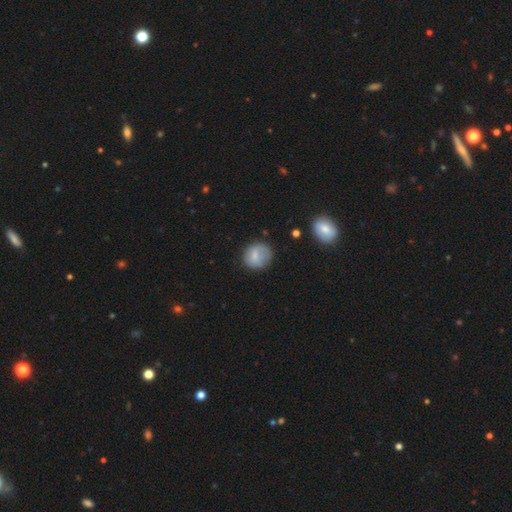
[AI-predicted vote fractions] Smooth or featured? Predicted: smooth (p=0.73). How rounded? Predicted: round (p=0.76). Merging? Predicted: none (p=0.69).